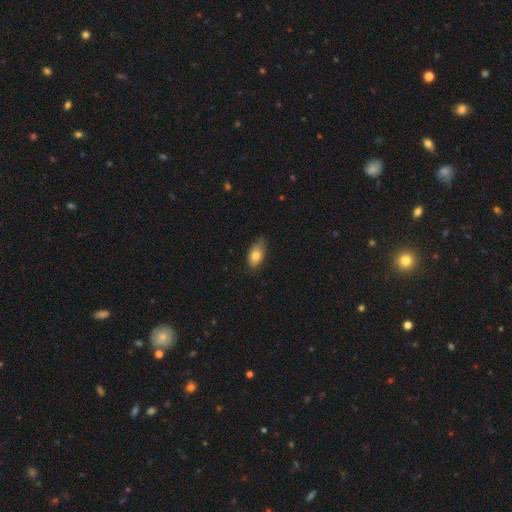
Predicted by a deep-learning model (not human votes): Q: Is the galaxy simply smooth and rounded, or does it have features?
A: smooth — 79%.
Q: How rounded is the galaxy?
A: in between — 89%.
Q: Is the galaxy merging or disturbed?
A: none — 69%.